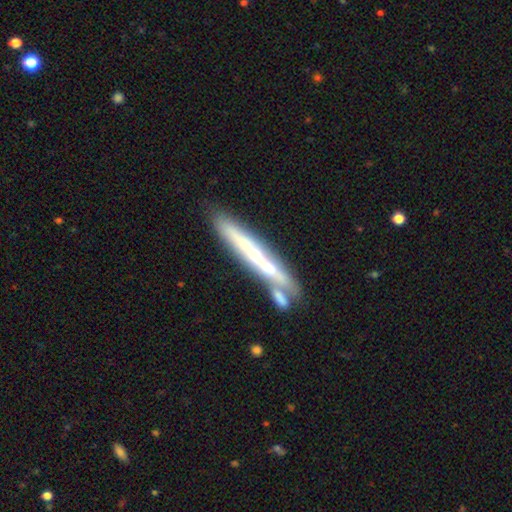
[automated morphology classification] This is likely a featured or disk galaxy (66%). It is clearly viewed edge-on (84%). Edge-on bulge: possibly none (47%). Merging: possibly none (58%).